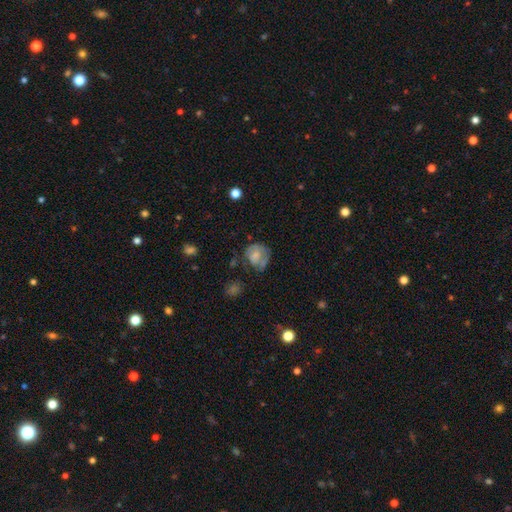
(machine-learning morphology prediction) smooth 56%, featured or disk 35%, star or artifact 8%. Down the decision tree: how rounded — round (72%); merging — none (47%).